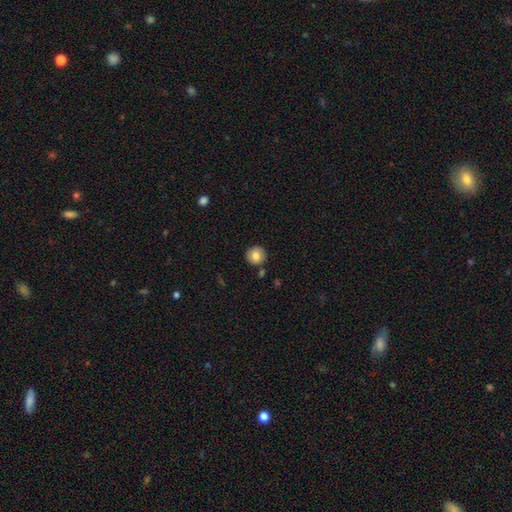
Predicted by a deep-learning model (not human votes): Smooth or featured?
  - smooth: 80% *
  - featured or disk: 11%
  - star or artifact: 9%
How rounded?
  - round: 93% *
  - in between: 6%
  - cigar-shaped: 1%
Merging?
  - none: 88% *
  - minor disturbance: 7%
  - merger: 3%
  - major disturbance: 2%